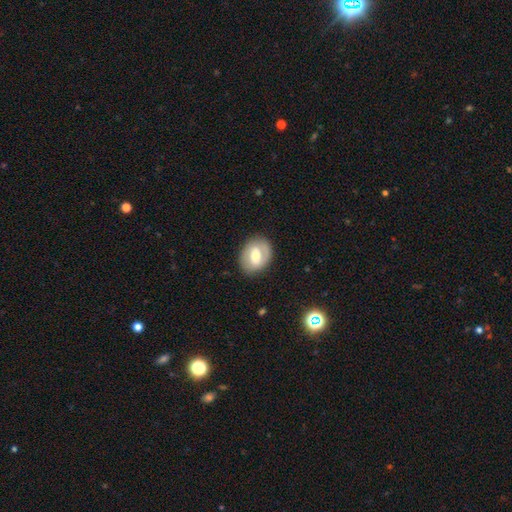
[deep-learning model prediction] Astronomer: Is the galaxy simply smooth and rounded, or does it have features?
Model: featured or disk — 52% (runner-up: smooth, 41%).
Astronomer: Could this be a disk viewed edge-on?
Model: no — 94%.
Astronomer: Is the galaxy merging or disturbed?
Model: none — 83%.